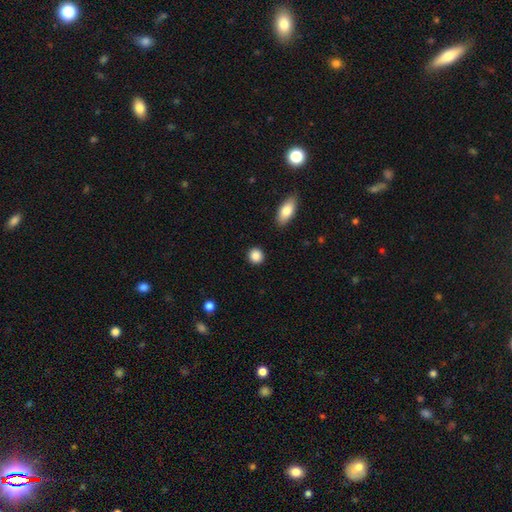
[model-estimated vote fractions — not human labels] smooth 88%, star or artifact 8%, featured or disk 4%. Down the decision tree: how rounded — round (88%); merging — none (90%).